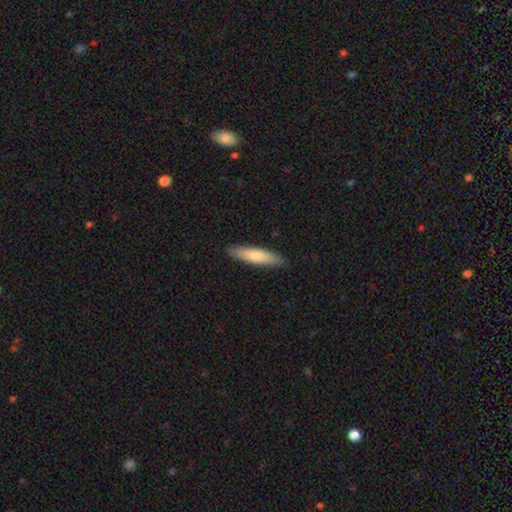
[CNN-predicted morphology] Smooth or featured: smooth — 74% (featured or disk — 21%)
How rounded: cigar-shaped — 75% (in between — 24%)
Merging: none — 88% (minor disturbance — 9%)